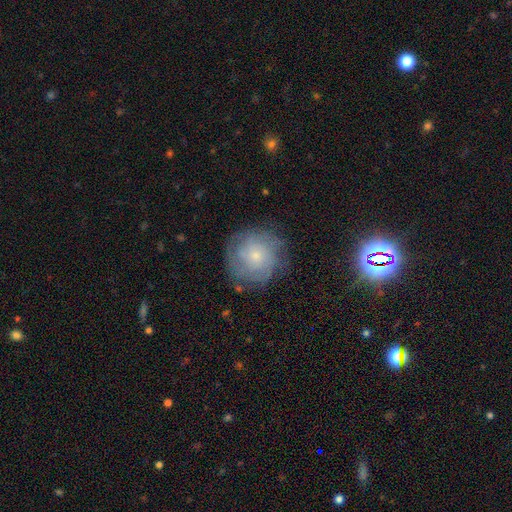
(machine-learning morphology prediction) Smooth or featured?
  - featured or disk: 54% *
  - smooth: 37%
  - star or artifact: 9%
Edge-on disk?
  - no: 97% *
  - yes: 3%
Bar?
  - no: 80% *
  - weak: 18%
  - strong: 2%
Spiral arms?
  - yes: 81% *
  - no: 19%
Bulge size?
  - small: 68% *
  - moderate: 24%
  - none: 4%
  - large: 2%
  - dominant: 1%
Merging?
  - none: 76% *
  - minor disturbance: 16%
  - major disturbance: 7%
  - merger: 2%